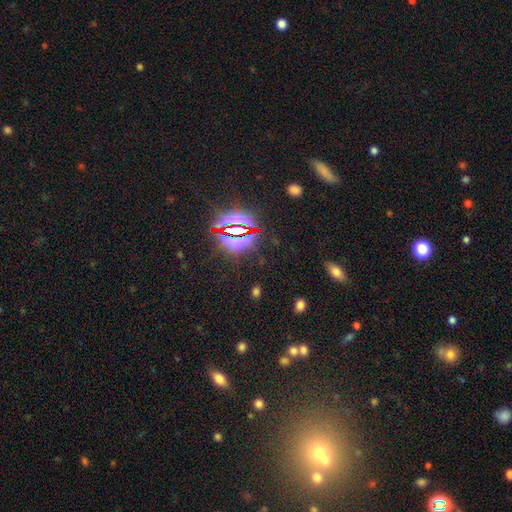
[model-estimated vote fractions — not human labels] Overall: star or artifact (78%).